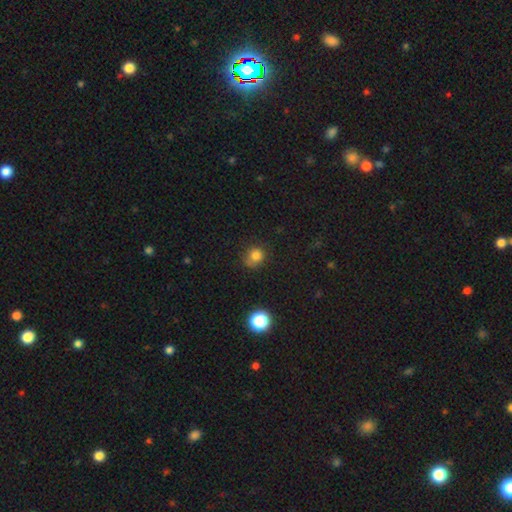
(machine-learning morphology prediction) The model was most divided on "merging": none: 67%, minor disturbance: 23%, major disturbance: 7%, merger: 3%. More confident: how rounded — round (86%); smooth or featured — smooth (79%).